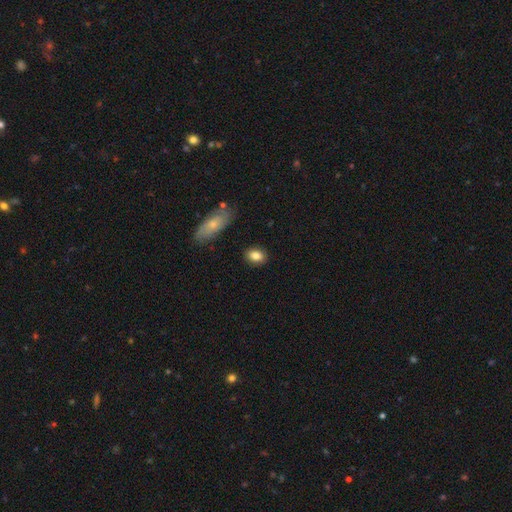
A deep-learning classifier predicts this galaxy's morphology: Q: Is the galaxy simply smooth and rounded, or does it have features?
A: smooth — 84%.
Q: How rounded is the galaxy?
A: in between — 75%.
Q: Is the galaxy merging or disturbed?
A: none — 86%.